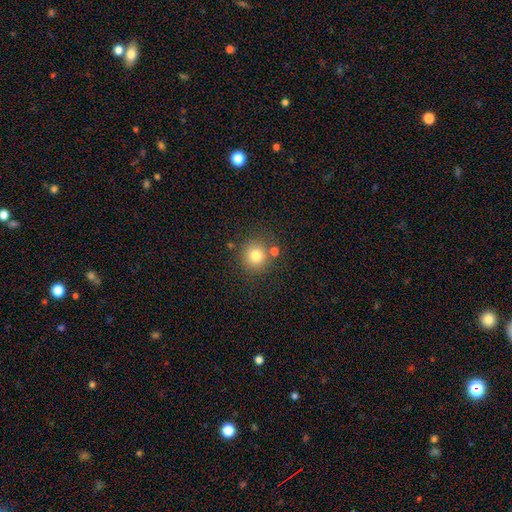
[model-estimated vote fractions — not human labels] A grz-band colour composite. It shows a smooth galaxy with no disk features (78%) that is round (92%). Merging: none (76%).